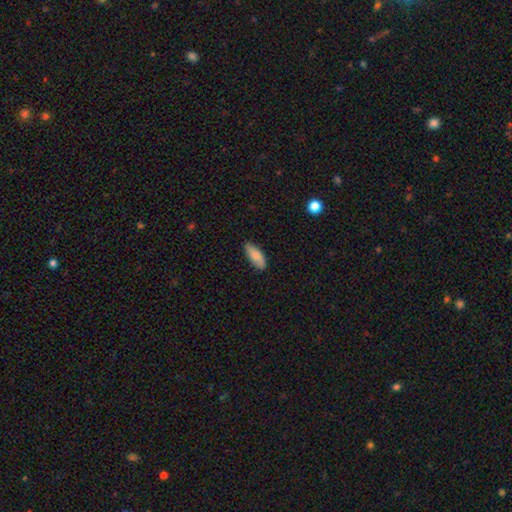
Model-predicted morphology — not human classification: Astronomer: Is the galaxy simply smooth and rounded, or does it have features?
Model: smooth — 85%.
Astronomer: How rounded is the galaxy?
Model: in between — 75%.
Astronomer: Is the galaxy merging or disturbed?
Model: none — 83%.